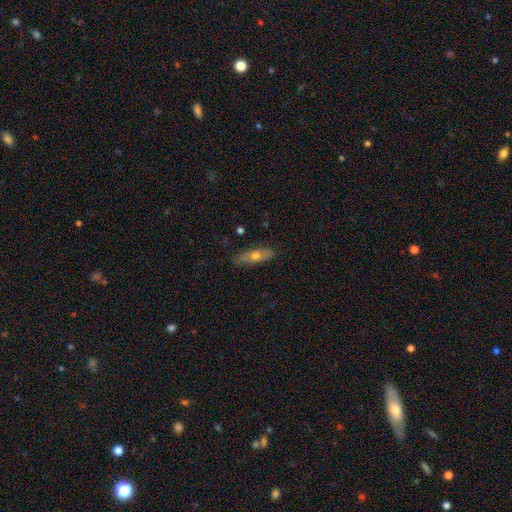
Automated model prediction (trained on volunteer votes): This appears to be a smooth galaxy with no disk features (54%) that is in between round and cigar-shaped (57%). Merging: none (82%).